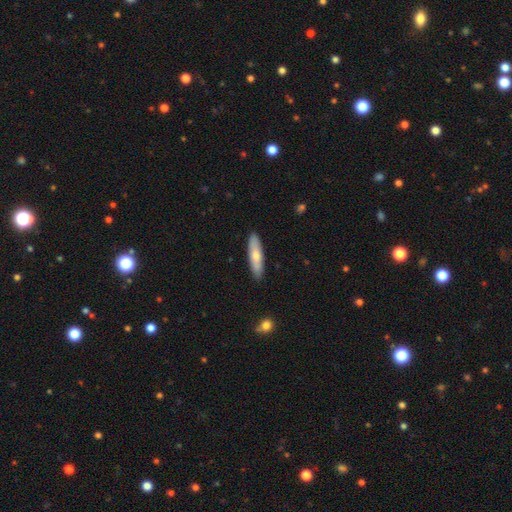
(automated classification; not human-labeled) A smooth galaxy with no disk features (68%) that is cigar-shaped (72%). Merging: none (89%).